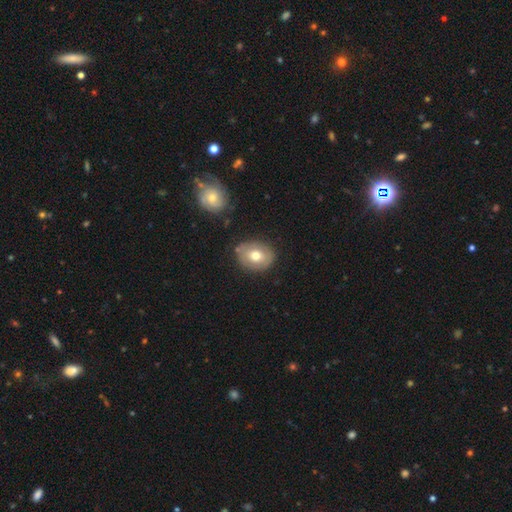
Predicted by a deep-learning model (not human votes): A smooth galaxy with no disk features (62%) that is in between round and cigar-shaped (54%). Merging: none (77%).